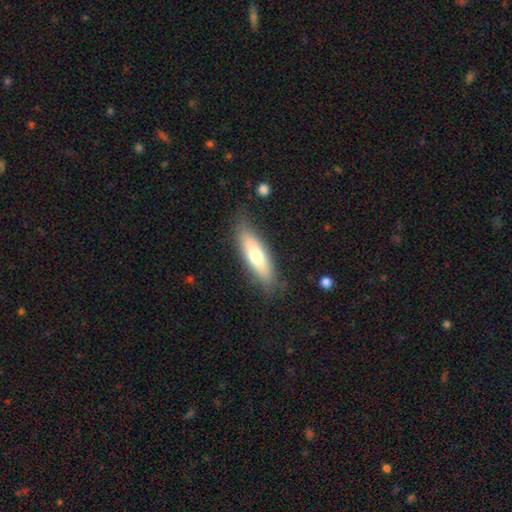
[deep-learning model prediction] Smooth or featured? smooth (64%)
How rounded? cigar-shaped (51%)
Merging? none (82%)